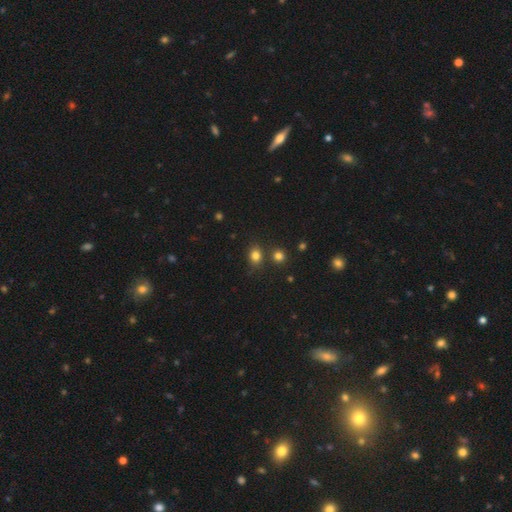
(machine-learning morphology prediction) Overall: smooth (80%). How rounded: round (50%; in between 48%). Merging: none (74%).